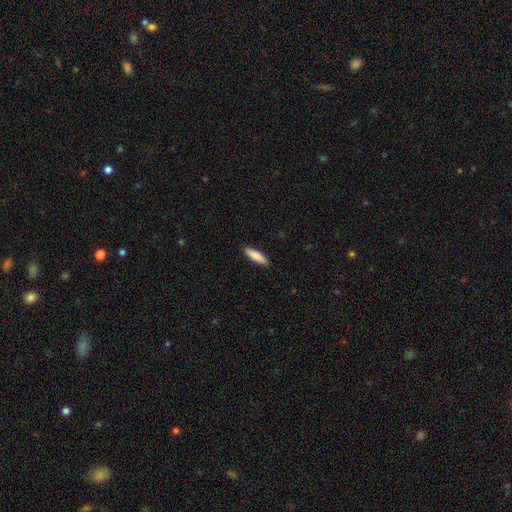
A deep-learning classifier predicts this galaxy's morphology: smooth_or_featured: smooth (p=0.87) [alt: featured or disk p=0.08]
how_rounded: cigar-shaped (p=0.70) [alt: in between p=0.29]
merging: none (p=0.89) [alt: minor disturbance p=0.08]